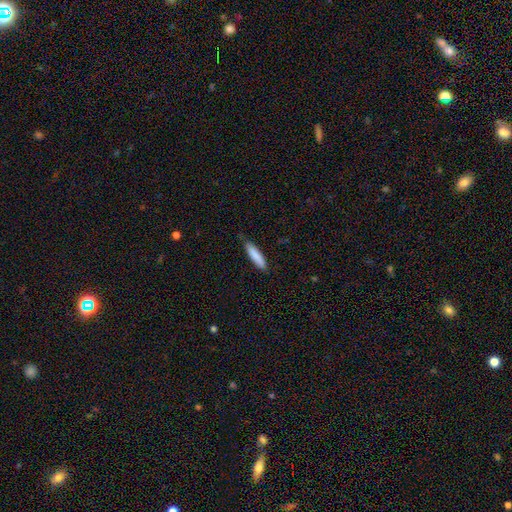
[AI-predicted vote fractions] Smooth or featured? smooth (86%)
How rounded? cigar-shaped (80%)
Merging? none (81%)